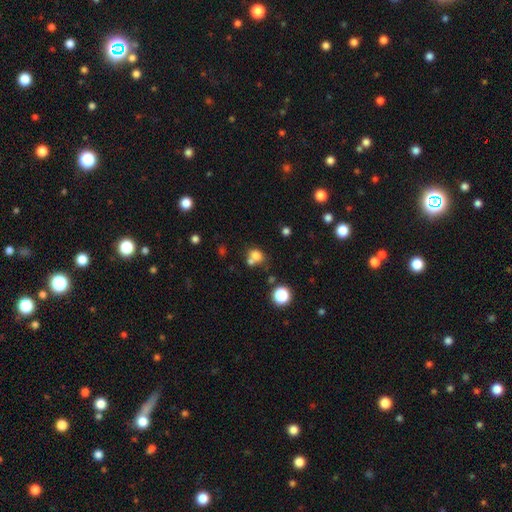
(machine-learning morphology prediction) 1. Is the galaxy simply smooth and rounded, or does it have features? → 75% smooth, 15% star or artifact, 10% featured or disk.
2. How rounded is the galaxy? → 67% round, 32% in between, 1% cigar-shaped.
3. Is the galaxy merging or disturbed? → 42% none, 41% merger, 11% minor disturbance, 6% major disturbance.